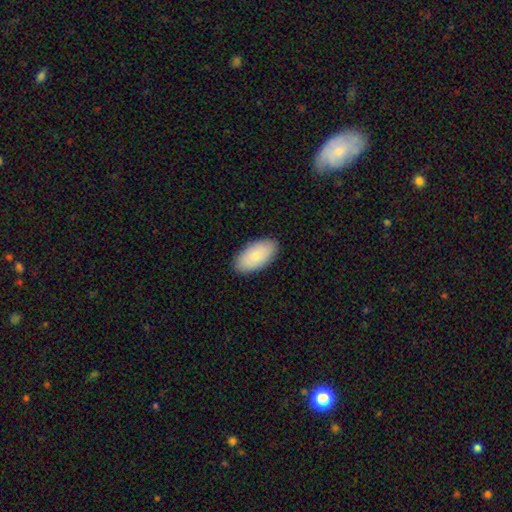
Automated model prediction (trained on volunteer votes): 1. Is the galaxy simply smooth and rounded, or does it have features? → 81% smooth, 13% featured or disk, 6% star or artifact.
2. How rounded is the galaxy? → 95% in between, 2% cigar-shaped, 2% round.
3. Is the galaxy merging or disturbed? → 88% none, 9% minor disturbance, 2% major disturbance, 1% merger.